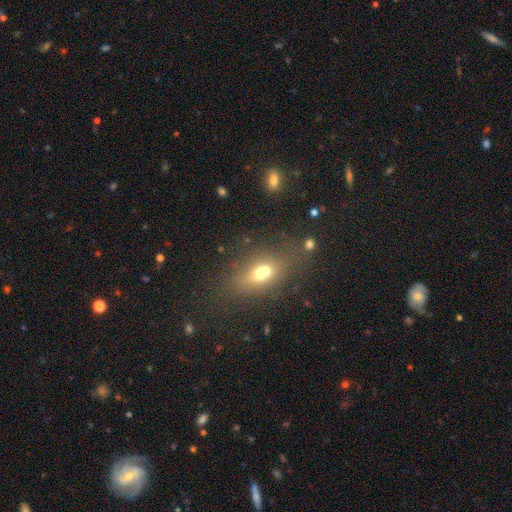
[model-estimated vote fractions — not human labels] Morphology: type=smooth (61%); roundness=in between (72%); merging=none (80%).